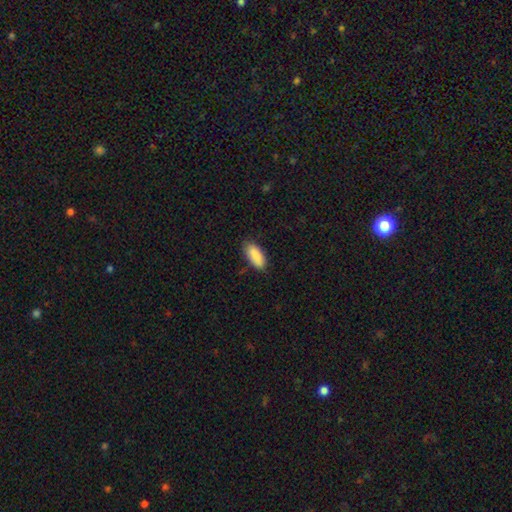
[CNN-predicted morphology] The model was most divided on "merging": none: 81%, minor disturbance: 15%, major disturbance: 3%, merger: 1%. More confident: smooth or featured — smooth (89%); how rounded — in between (86%).